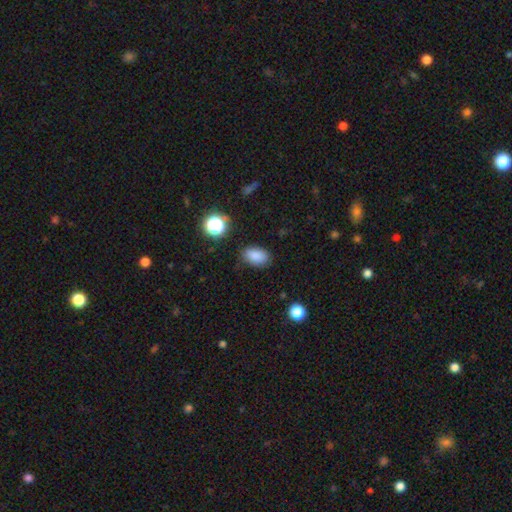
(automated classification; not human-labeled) This is clearly a smooth galaxy (85%). How rounded: clearly in between (87%). Merging: clearly none (83%).